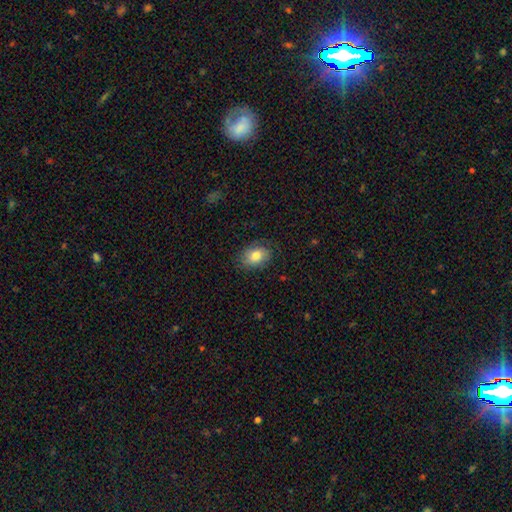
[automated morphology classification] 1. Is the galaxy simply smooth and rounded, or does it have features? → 81% smooth, 12% featured or disk, 7% star or artifact.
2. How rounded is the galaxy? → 78% in between, 21% round, 1% cigar-shaped.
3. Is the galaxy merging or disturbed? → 80% none, 15% minor disturbance, 4% major disturbance, 1% merger.